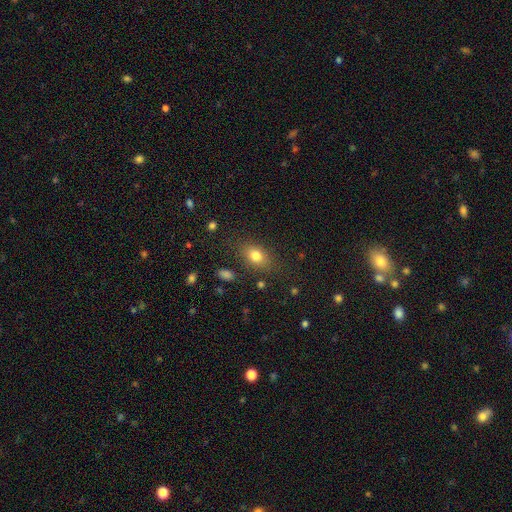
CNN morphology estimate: smooth_or_featured: smooth (p=0.79) [alt: star or artifact p=0.11]
how_rounded: in between (p=0.74) [alt: round p=0.24]
merging: none (p=0.80) [alt: minor disturbance p=0.13]